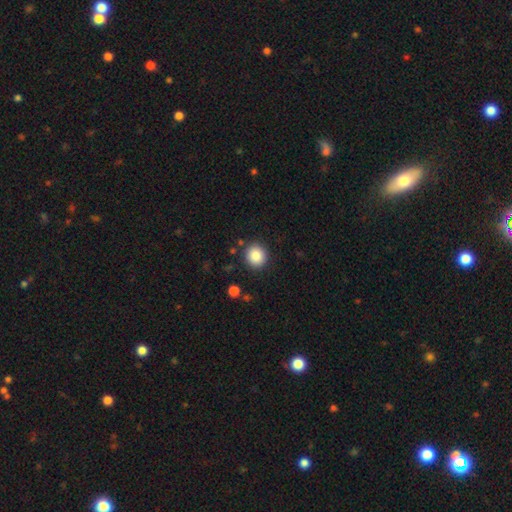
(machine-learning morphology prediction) This appears to be a smooth galaxy with no disk features (87%) that is round (89%). Merging: none (89%).